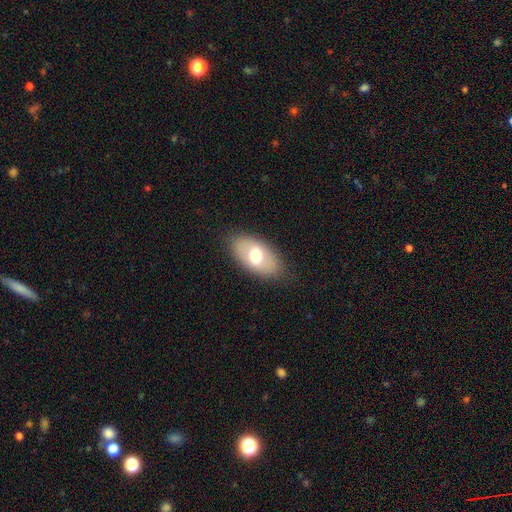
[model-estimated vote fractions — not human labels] This is likely a smooth galaxy (65%). How rounded: clearly in between (92%). Merging: clearly none (83%).